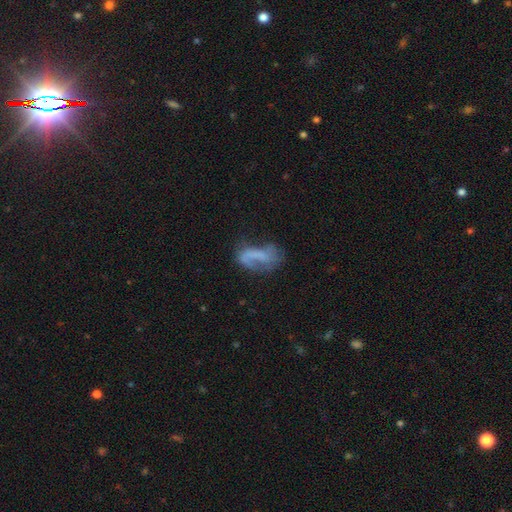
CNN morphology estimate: smooth_or_featured: featured or disk (p=0.50) [alt: smooth p=0.38]
disk_edge_on: no (p=0.95) [alt: yes p=0.05]
merging: none (p=0.36) [alt: major disturbance p=0.33]